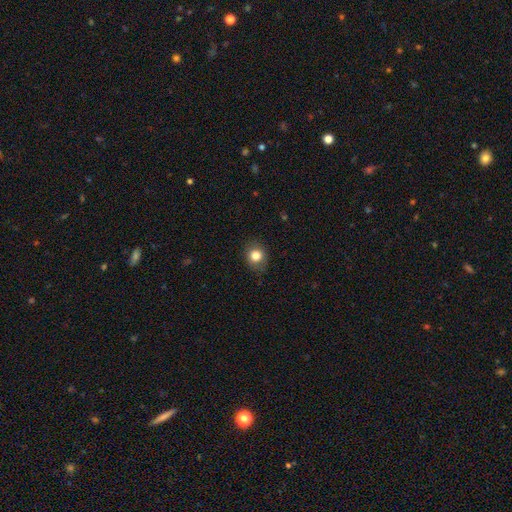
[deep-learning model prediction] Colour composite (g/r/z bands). It shows a smooth galaxy with no disk features (81%) that is round (74%). Merging: none (83%).